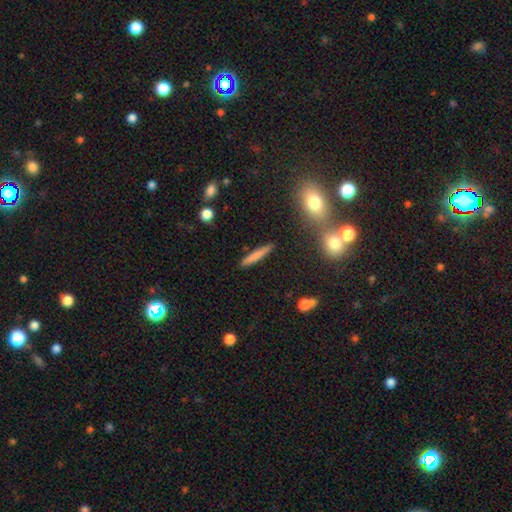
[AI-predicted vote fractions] The model was most divided on "smooth or featured": smooth: 74%, featured or disk: 19%, star or artifact: 7%. More confident: how rounded — cigar-shaped (93%); merging — none (90%).